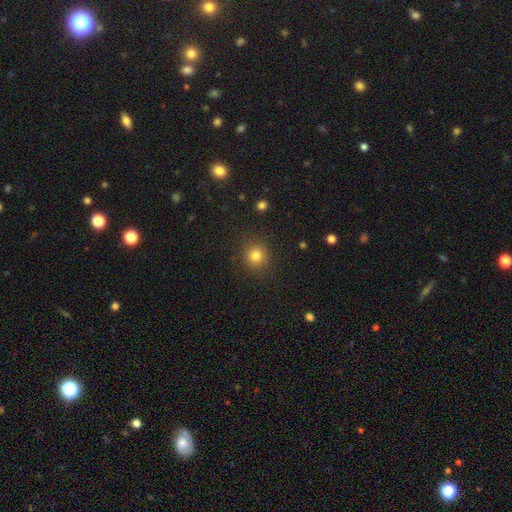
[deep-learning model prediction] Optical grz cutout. It shows a smooth galaxy with no disk features (81%) that is round (91%). Merging: none (89%).